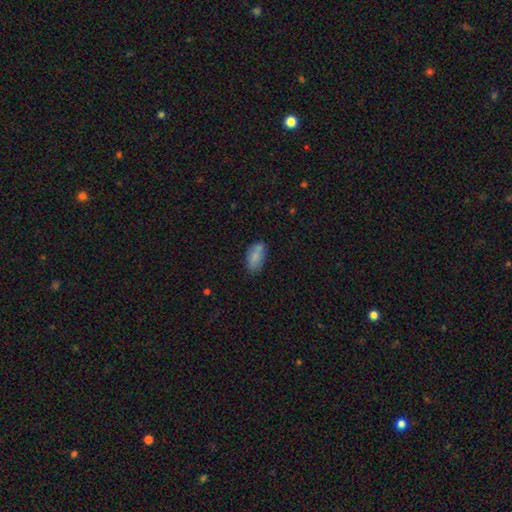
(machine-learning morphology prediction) Overall: smooth (80%). How rounded: in between (91%). Merging: none (61%).